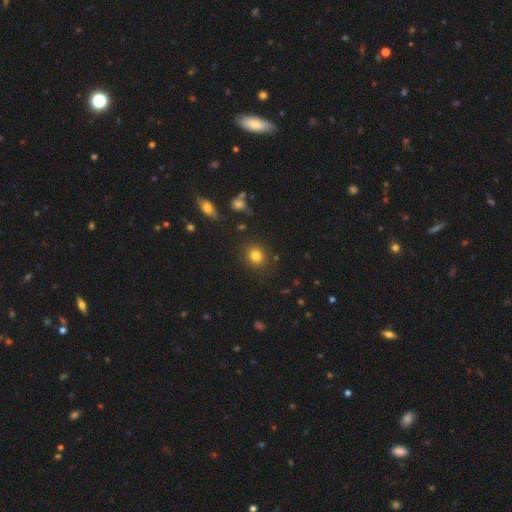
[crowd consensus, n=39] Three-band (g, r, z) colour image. It shows a smooth galaxy with no disk features (79%) that is round (84%). Merging: none (89%).